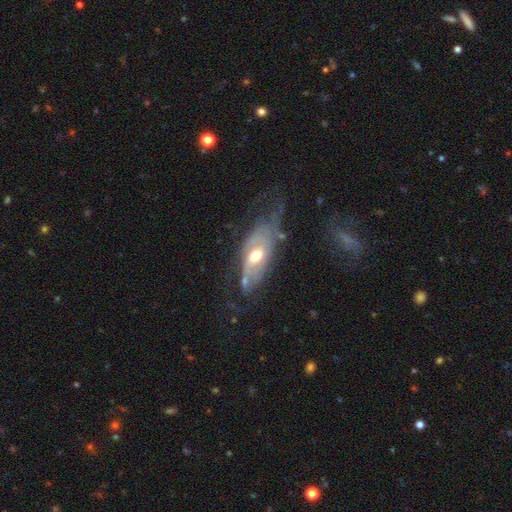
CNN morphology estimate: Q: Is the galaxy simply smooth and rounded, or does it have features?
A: featured or disk — 70%.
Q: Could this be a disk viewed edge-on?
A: no — 79%.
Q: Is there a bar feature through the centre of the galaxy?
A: no — 69%.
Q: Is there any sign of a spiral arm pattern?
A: yes — 61%.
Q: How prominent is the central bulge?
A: moderate — 72%.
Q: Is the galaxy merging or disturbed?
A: none — 41%.